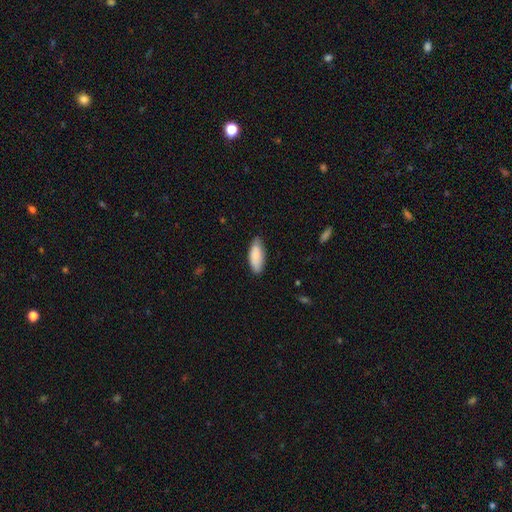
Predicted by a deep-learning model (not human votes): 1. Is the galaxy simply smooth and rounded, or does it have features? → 85% smooth, 9% featured or disk, 6% star or artifact.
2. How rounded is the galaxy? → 80% in between, 19% cigar-shaped, 2% round.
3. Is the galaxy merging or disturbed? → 76% none, 20% minor disturbance, 3% major disturbance, 1% merger.